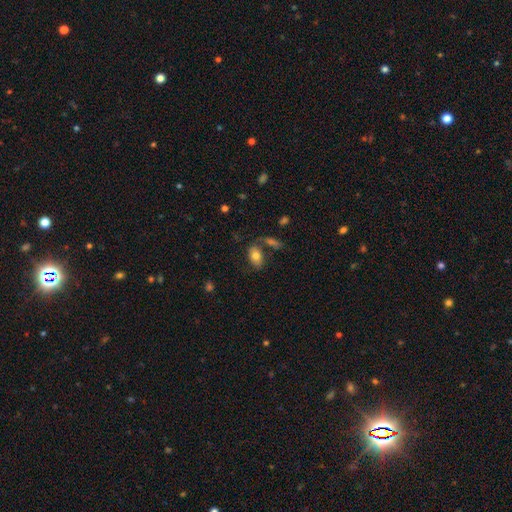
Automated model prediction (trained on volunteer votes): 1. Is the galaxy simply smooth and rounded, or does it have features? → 77% smooth, 15% featured or disk, 8% star or artifact.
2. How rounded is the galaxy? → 90% in between, 8% round, 3% cigar-shaped.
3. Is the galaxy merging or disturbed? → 61% none, 17% merger, 16% minor disturbance, 7% major disturbance.